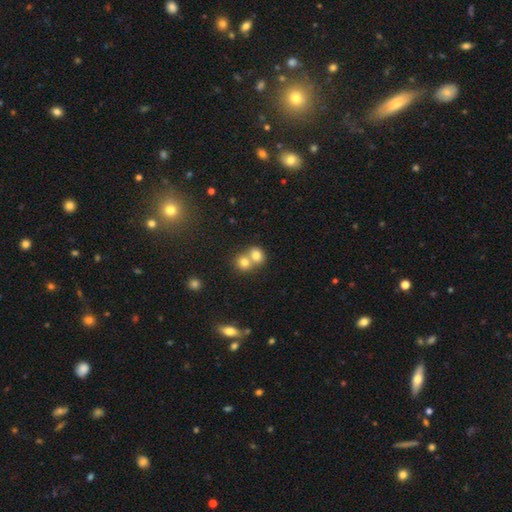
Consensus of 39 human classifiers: Q: Smooth or featured?
A: smooth (72%); runner-up: featured or disk (23%)
Q: How rounded?
A: round (57%); runner-up: in between (43%)
Q: Merging?
A: merger (70%); runner-up: none (24%)